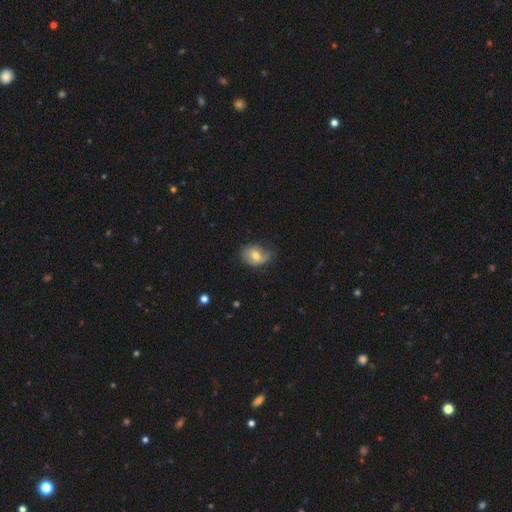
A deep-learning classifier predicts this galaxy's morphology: Overall: smooth (60%; featured or disk 31%). How rounded: in between (70%). Merging: none (48%; minor disturbance 37%).